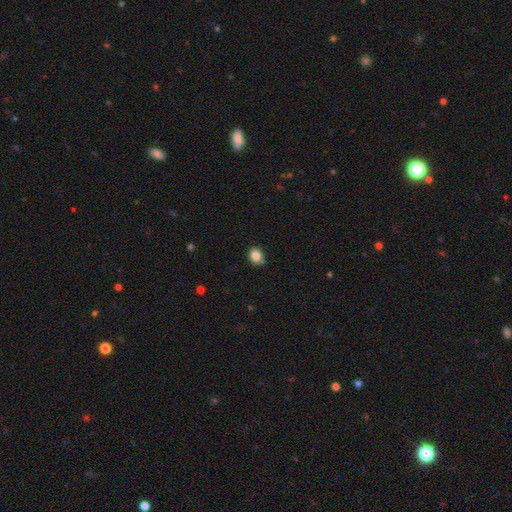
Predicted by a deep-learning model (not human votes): This is clearly a smooth galaxy (84%). How rounded: possibly round (56%). Merging: likely none (75%).